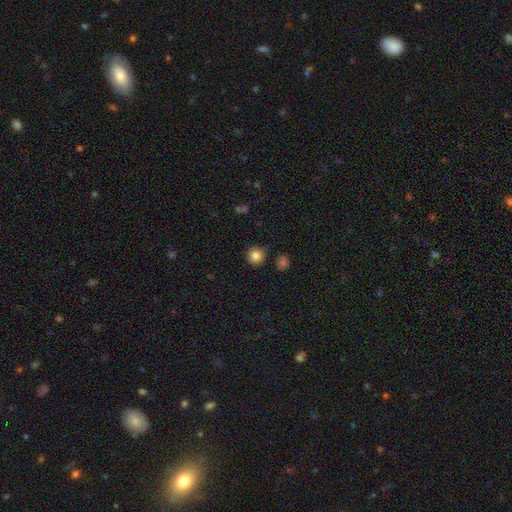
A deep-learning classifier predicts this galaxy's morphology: type=smooth (83%); roundness=round (93%); merging=none (83%).